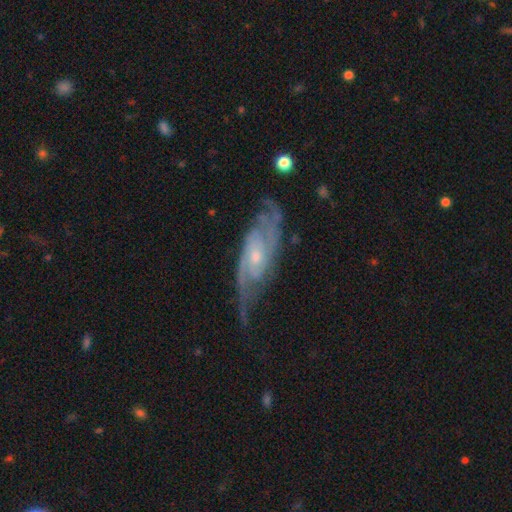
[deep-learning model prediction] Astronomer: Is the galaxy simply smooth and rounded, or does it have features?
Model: featured or disk — 88%.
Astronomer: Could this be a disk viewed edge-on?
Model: no — 90%.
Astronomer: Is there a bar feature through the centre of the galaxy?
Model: no — 59%.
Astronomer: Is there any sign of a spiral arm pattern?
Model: yes — 97%.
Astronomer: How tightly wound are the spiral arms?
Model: medium — 45% (runner-up: tight, 41%).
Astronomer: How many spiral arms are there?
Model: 2 — 57%.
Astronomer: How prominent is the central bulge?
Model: small — 64%.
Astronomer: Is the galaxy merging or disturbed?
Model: none — 69%.